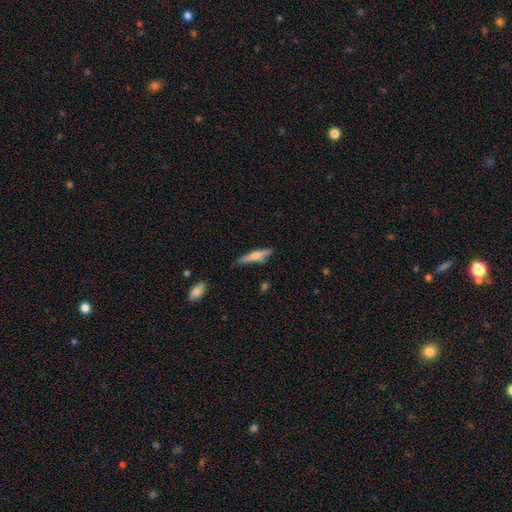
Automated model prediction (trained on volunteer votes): A smooth galaxy with no disk features (52%) that is cigar-shaped (85%).

Vote fractions:
- Smooth or featured? smooth: 52% / featured or disk: 42% / star or artifact: 6%
- How rounded? cigar-shaped: 85% / in between: 13% / round: 2%
- Merging? none: 79% / minor disturbance: 16% / major disturbance: 3% / merger: 2%